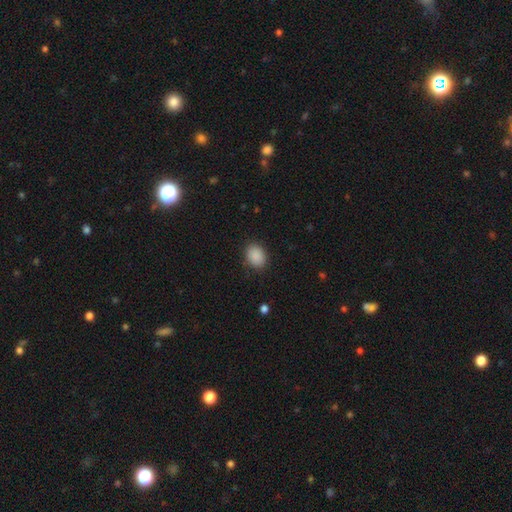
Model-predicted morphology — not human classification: This appears to be a smooth galaxy with no disk features (89%) that is in between round and cigar-shaped (58%). Merging: none (86%).